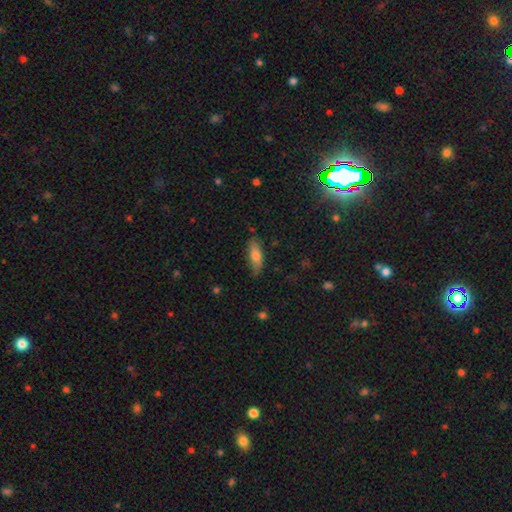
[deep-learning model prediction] Smooth or featured? Predicted: smooth (p=0.71). How rounded? Predicted: in between (p=0.59). Merging? Predicted: none (p=0.78).